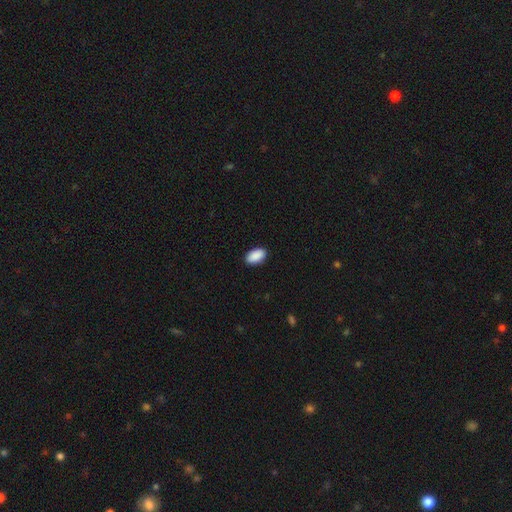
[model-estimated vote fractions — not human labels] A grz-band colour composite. It shows a smooth galaxy with no disk features (91%) that is in between round and cigar-shaped (95%). Merging: none (90%).